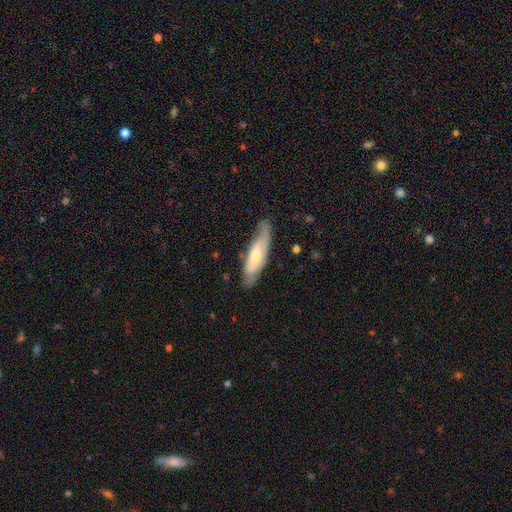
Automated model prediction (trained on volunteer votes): smooth-or-featured: featured or disk: 52% | smooth: 43% | star or artifact: 6%
  disk-edge-on: no: 60% | yes: 40%
  merging: none: 72% | minor disturbance: 20% | major disturbance: 6% | merger: 1%